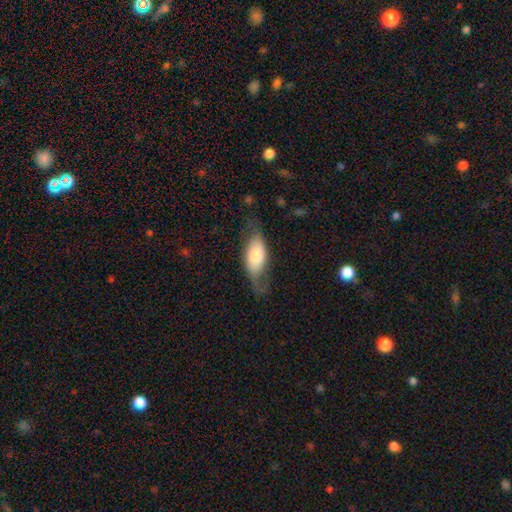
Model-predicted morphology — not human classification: type=smooth (55%); roundness=in between (85%); merging=none (55%).